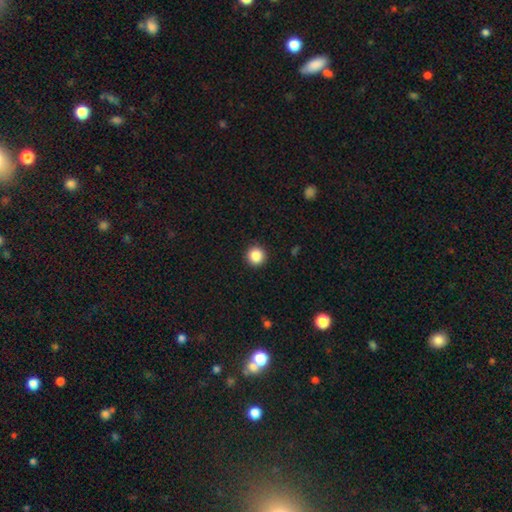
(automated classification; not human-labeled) This appears to be a smooth galaxy with no disk features (87%) that is round (96%). Merging: none (93%).